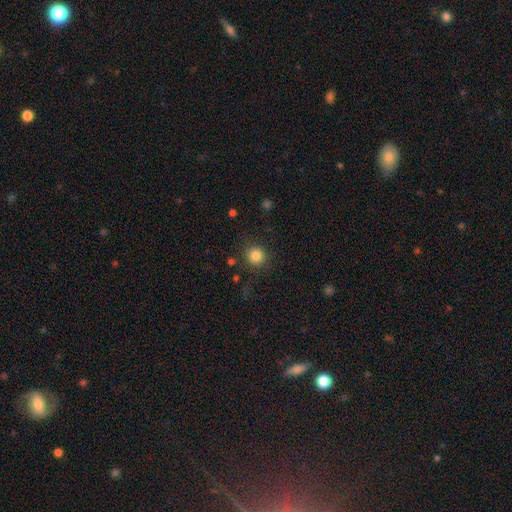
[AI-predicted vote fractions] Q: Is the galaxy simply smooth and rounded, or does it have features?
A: smooth — 84%.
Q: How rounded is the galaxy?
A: round — 93%.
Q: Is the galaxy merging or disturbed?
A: none — 87%.